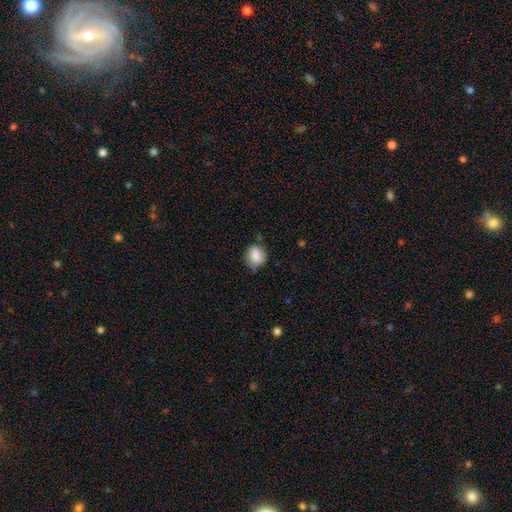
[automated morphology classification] Smooth or featured?
  - smooth: 82% *
  - featured or disk: 10%
  - star or artifact: 8%
How rounded?
  - round: 57% *
  - in between: 41%
  - cigar-shaped: 1%
Merging?
  - none: 57% *
  - minor disturbance: 32%
  - major disturbance: 7%
  - merger: 3%